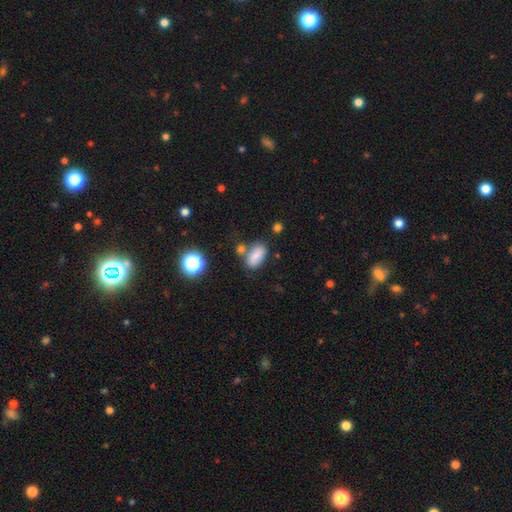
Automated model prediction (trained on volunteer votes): Smooth or featured?
  - smooth: 78% *
  - featured or disk: 11%
  - star or artifact: 11%
How rounded?
  - in between: 90% *
  - round: 6%
  - cigar-shaped: 4%
Merging?
  - none: 63% *
  - minor disturbance: 16%
  - merger: 15%
  - major disturbance: 5%